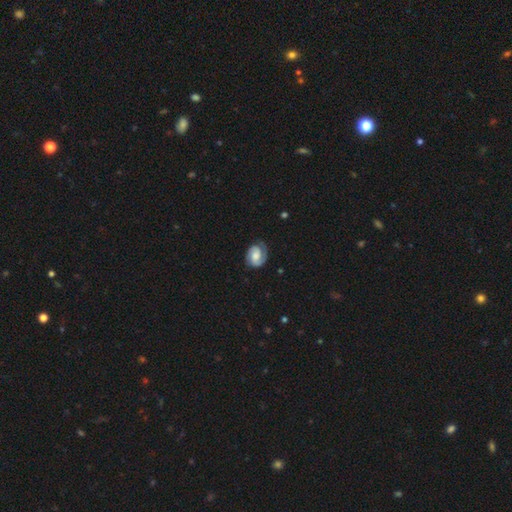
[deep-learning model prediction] featured or disk 74%, smooth 20%, star or artifact 6%. Down the decision tree: edge-on disk — no (98%); bar — no (52%); spiral arms — yes (95%); spiral arm count — 2 (70%); spiral winding — tight (52%); bulge size — moderate (39%); merging — none (72%).